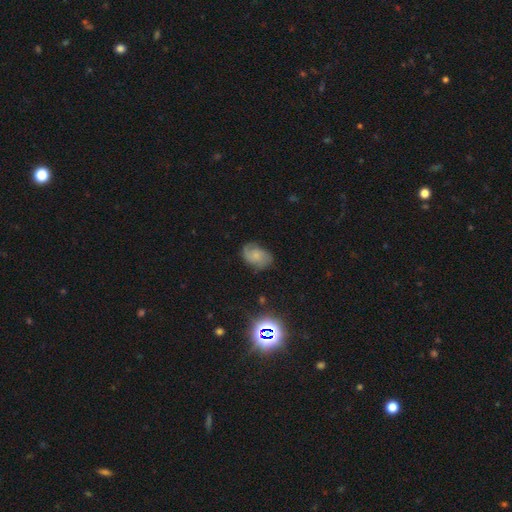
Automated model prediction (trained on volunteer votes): This is possibly a featured or disk galaxy (48%). Merging: likely none (63%).